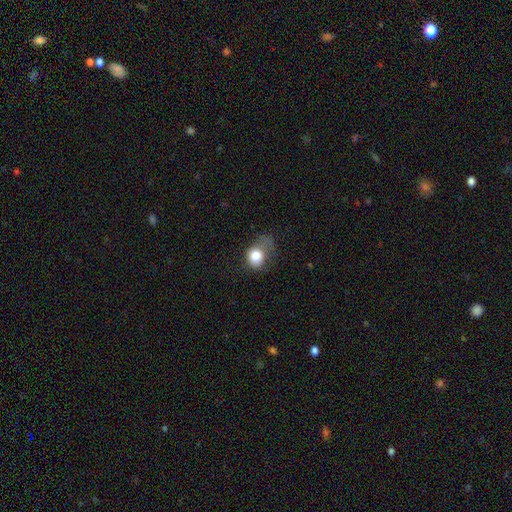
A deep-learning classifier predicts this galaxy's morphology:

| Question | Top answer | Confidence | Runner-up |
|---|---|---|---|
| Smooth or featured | smooth | 78% | featured or disk (13%) |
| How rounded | round | 59% | in between (40%) |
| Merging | major disturbance | 39% | minor disturbance (31%) |